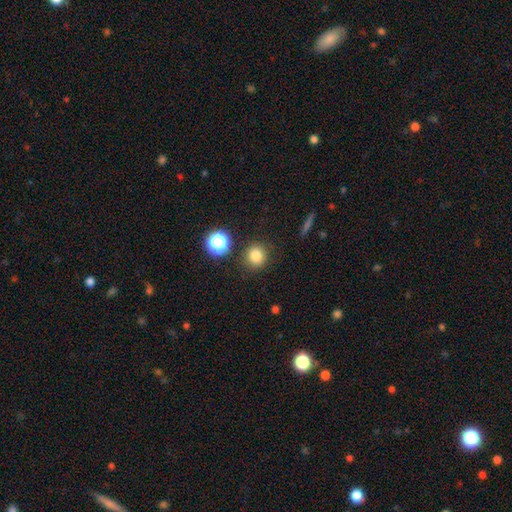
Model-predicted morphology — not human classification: The model was most divided on "smooth or featured": smooth: 81%, star or artifact: 13%, featured or disk: 6%. More confident: how rounded — round (90%); merging — none (87%).